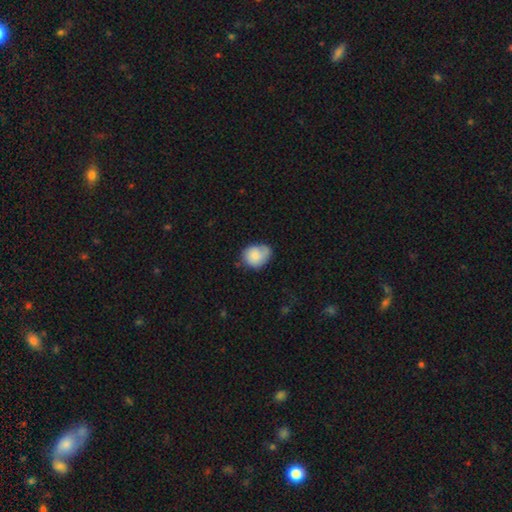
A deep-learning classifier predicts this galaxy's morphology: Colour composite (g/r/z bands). It shows a smooth galaxy with no disk features (79%) that is in between round and cigar-shaped (51%). Merging: none (53%).